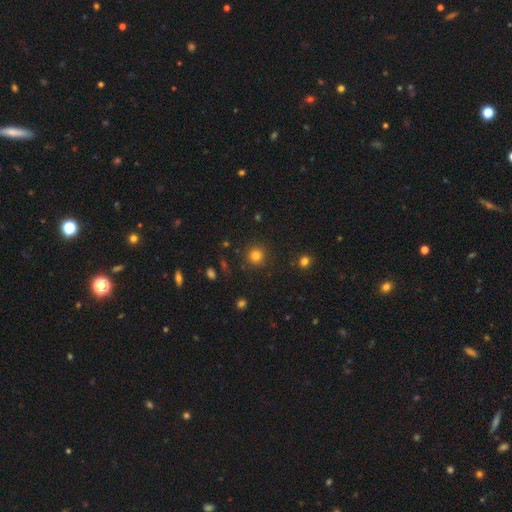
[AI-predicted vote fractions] Smooth or featured? smooth (81%)
How rounded? round (94%)
Merging? none (90%)